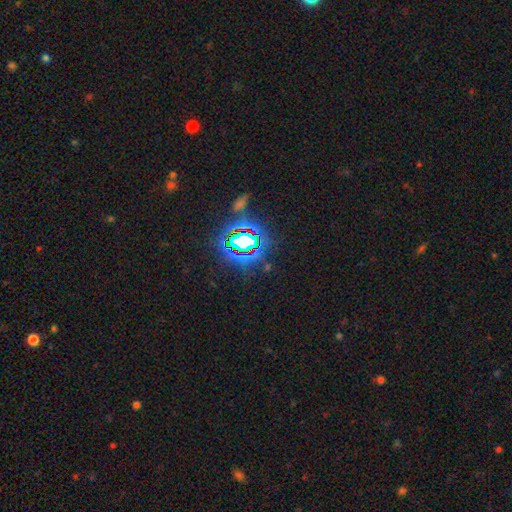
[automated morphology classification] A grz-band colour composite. It shows a star or artifact, not a galaxy (82%).